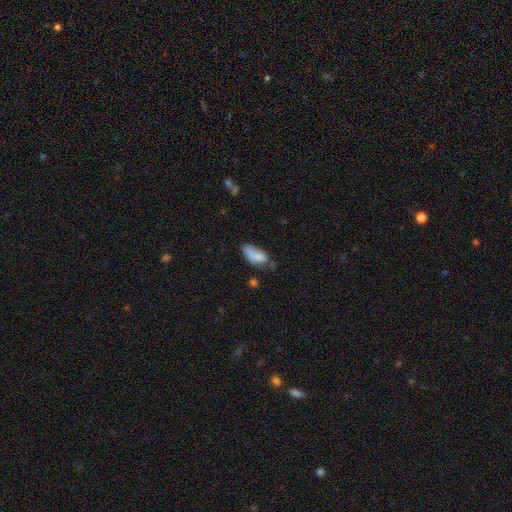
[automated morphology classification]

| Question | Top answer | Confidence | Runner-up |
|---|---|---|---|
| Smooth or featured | smooth | 77% | featured or disk (15%) |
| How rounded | in between | 90% | cigar-shaped (7%) |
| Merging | none | 41% | minor disturbance (36%) |